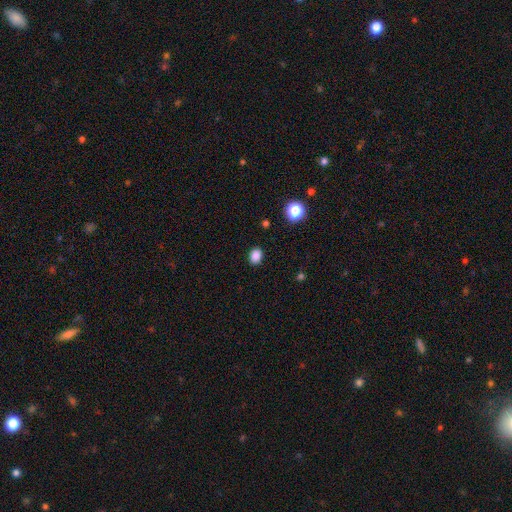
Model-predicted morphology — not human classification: Smooth or featured?
  - smooth: 86% *
  - star or artifact: 11%
  - featured or disk: 3%
How rounded?
  - in between: 66% *
  - round: 33%
  - cigar-shaped: 1%
Merging?
  - none: 89% *
  - minor disturbance: 8%
  - major disturbance: 2%
  - merger: 1%